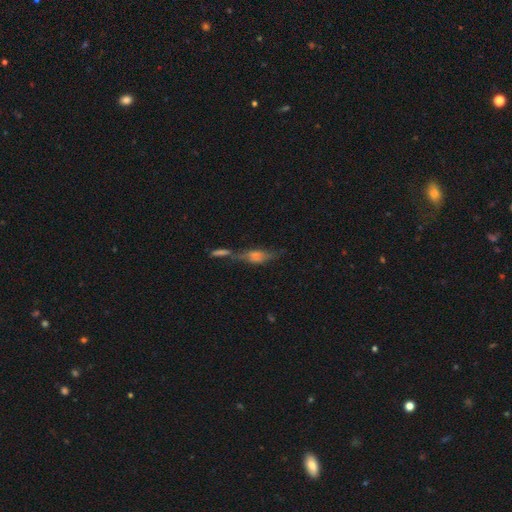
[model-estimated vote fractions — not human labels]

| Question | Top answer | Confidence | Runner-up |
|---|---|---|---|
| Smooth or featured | featured or disk | 55% | smooth (31%) |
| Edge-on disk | yes | 73% | no (27%) |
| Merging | none | 40% | merger (38%) |